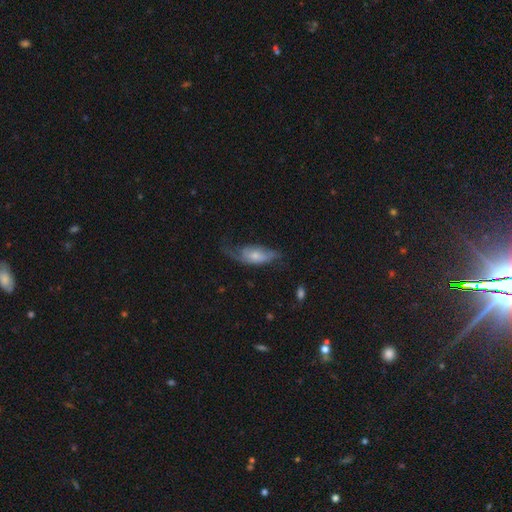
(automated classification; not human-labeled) Morphology: type=featured or disk (51%); edge-on=no (85%); merging=none (35%).